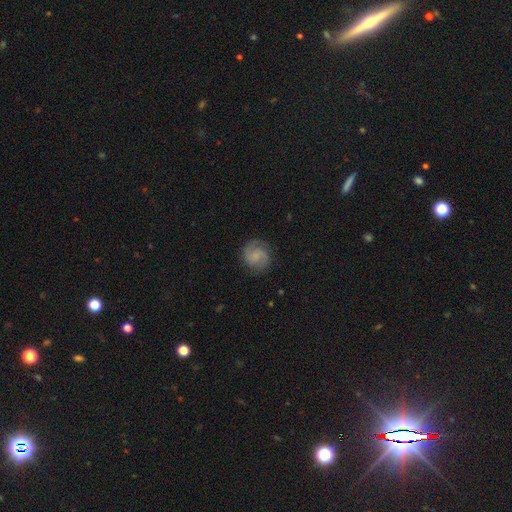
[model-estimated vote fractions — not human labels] Smooth or featured?
  - featured or disk: 65% *
  - smooth: 27%
  - star or artifact: 7%
Edge-on disk?
  - no: 98% *
  - yes: 2%
Bar?
  - no: 49% *
  - weak: 44%
  - strong: 7%
Spiral arms?
  - yes: 95% *
  - no: 5%
Spiral winding?
  - medium: 50% *
  - tight: 29%
  - loose: 21%
Spiral arm count?
  - 2: 88% *
  - can't tell: 5%
  - 1: 3%
  - 3: 2%
  - 4: 1%
  - more than 4: 1%
Bulge size?
  - none: 45% *
  - small: 34%
  - moderate: 17%
  - large: 3%
  - dominant: 1%
Merging?
  - none: 82% *
  - minor disturbance: 13%
  - major disturbance: 5%
  - merger: 1%